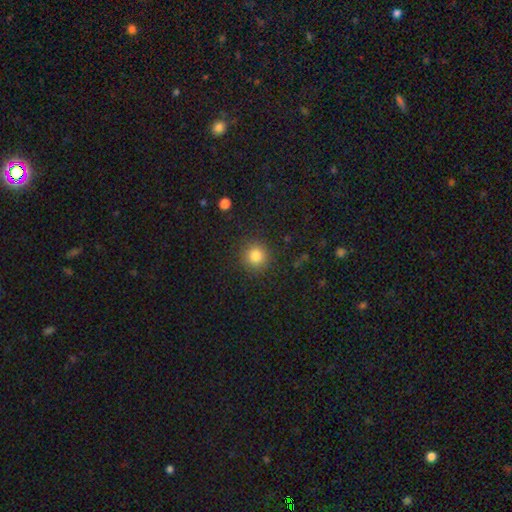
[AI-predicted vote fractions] smooth_or_featured: smooth (p=0.83) [alt: star or artifact p=0.12]
how_rounded: round (p=0.93) [alt: in between p=0.06]
merging: none (p=0.90) [alt: minor disturbance p=0.06]